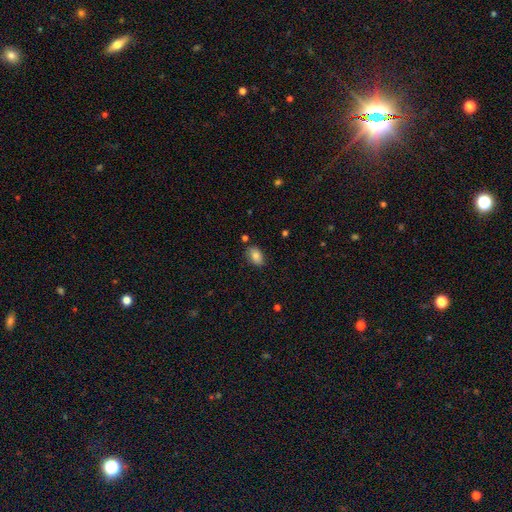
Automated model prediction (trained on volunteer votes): smooth-or-featured: smooth: 82% | featured or disk: 9% | star or artifact: 9%
  how-rounded: in between: 87% | round: 11% | cigar-shaped: 2%
  merging: none: 81% | minor disturbance: 13% | merger: 3% | major disturbance: 3%